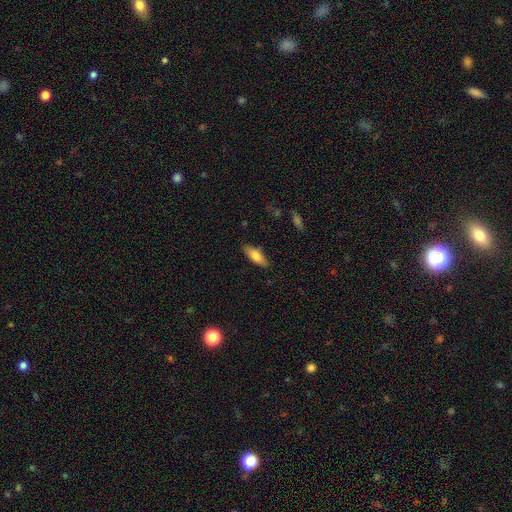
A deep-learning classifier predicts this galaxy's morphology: A smooth galaxy with no disk features (71%) that is in between round and cigar-shaped (57%). Merging: none (86%).